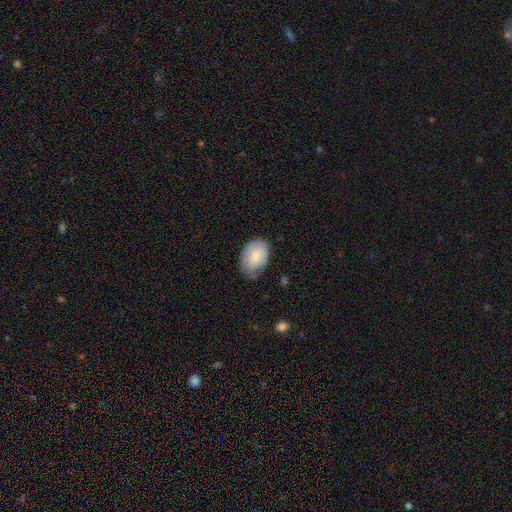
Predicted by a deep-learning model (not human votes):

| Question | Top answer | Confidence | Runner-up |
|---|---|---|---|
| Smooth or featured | smooth | 79% | featured or disk (14%) |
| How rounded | in between | 84% | round (15%) |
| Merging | none | 63% | minor disturbance (29%) |